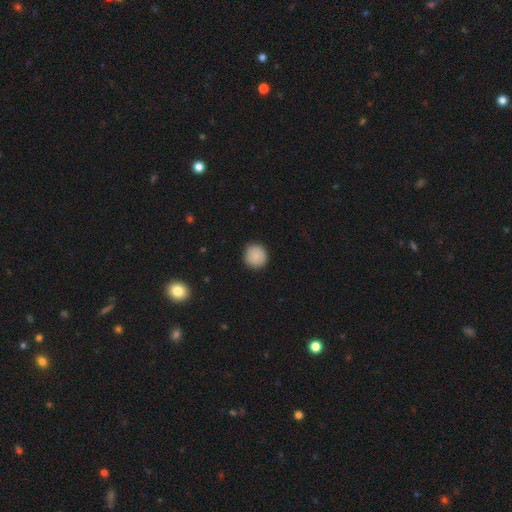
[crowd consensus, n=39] Smooth or featured? 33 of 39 (85%) said smooth. How rounded? 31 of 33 (94%) said round. Merging? 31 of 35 (89%) said none.